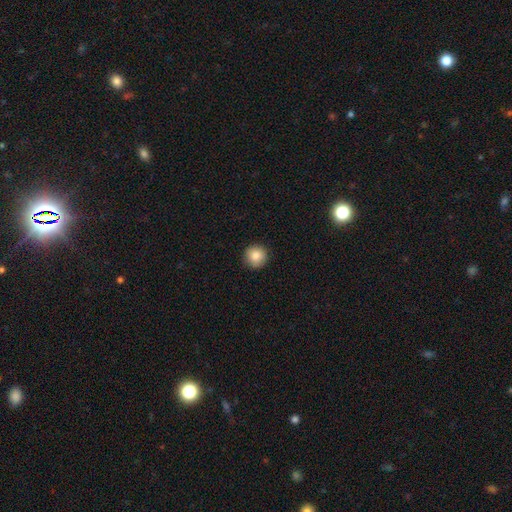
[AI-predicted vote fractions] Overall: smooth (86%). How rounded: round (95%). Merging: none (91%).